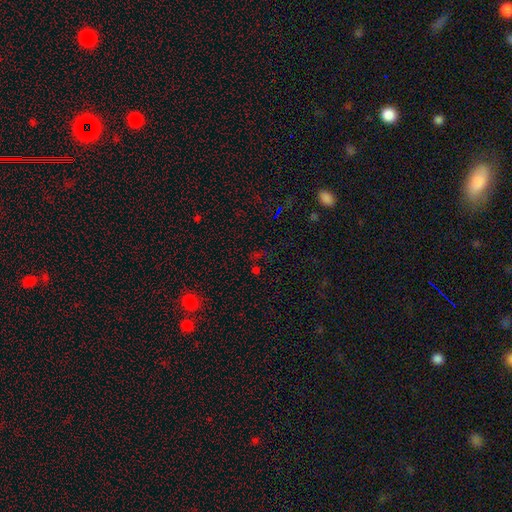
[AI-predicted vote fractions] star or artifact 64%, smooth 27%, featured or disk 8%.